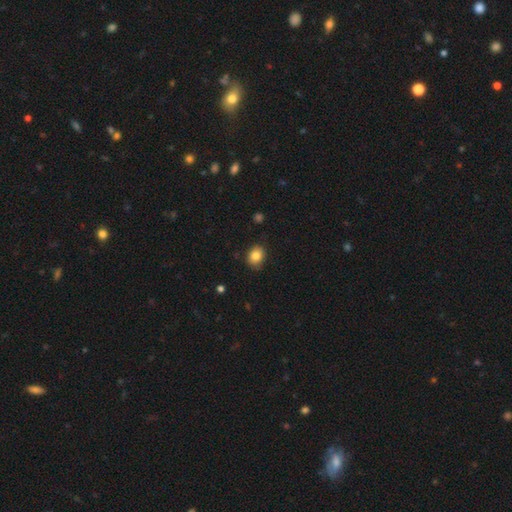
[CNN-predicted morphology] Overall: smooth (84%). How rounded: in between (55%; round 44%). Merging: none (81%).